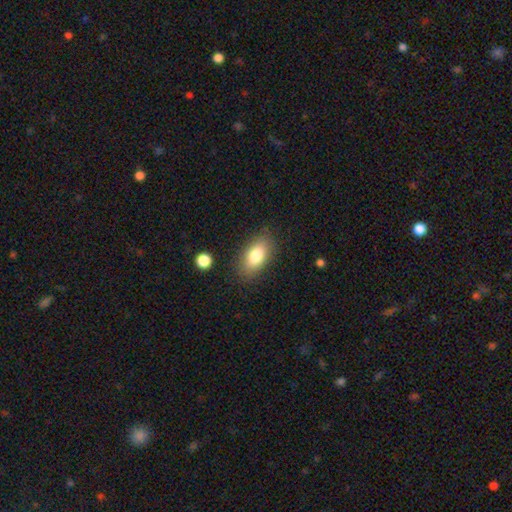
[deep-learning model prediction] Smooth or featured? smooth (80%)
How rounded? in between (90%)
Merging? none (83%)